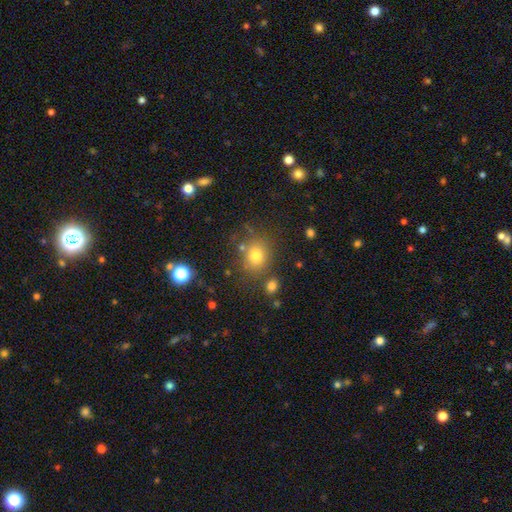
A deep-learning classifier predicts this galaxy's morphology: Smooth or featured? smooth (76%)
How rounded? round (65%)
Merging? none (75%)